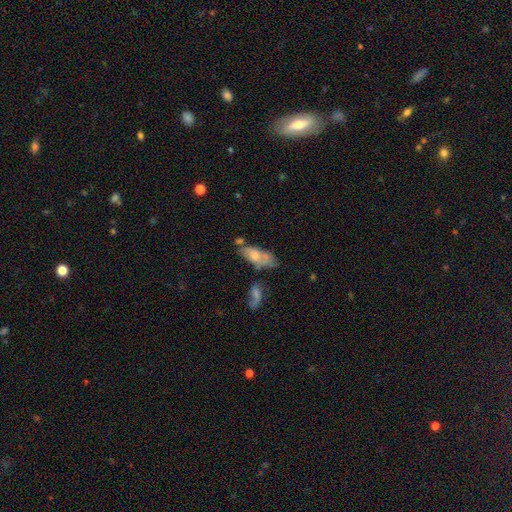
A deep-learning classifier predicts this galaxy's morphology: The model was most divided on "merging": none: 38%, minor disturbance: 27%, merger: 22%, major disturbance: 14%. More confident: how rounded — in between (82%); smooth or featured — smooth (61%).